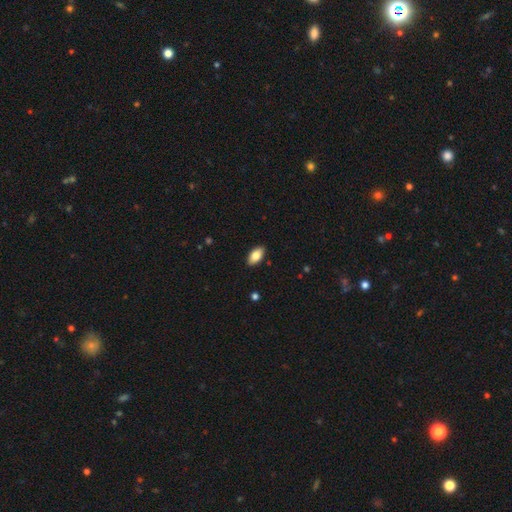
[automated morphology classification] Overall: smooth (82%). How rounded: in between (93%). Merging: none (89%).